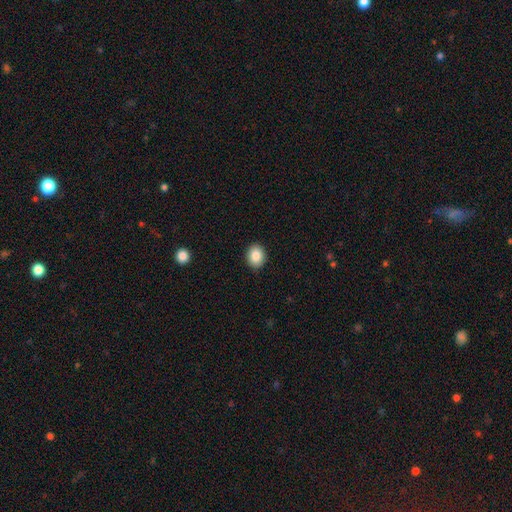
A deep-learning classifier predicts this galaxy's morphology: Q: Smooth or featured?
A: smooth (87%); runner-up: star or artifact (8%)
Q: How rounded?
A: round (50%); runner-up: in between (49%)
Q: Merging?
A: none (91%); runner-up: minor disturbance (7%)